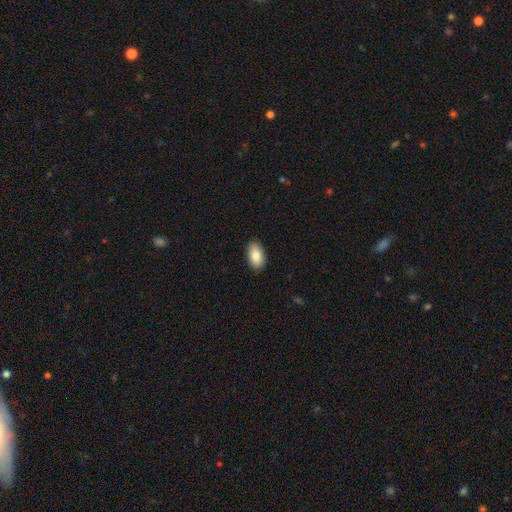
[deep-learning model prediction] This is clearly a smooth galaxy (82%). How rounded: clearly in between (94%). Merging: clearly none (89%).